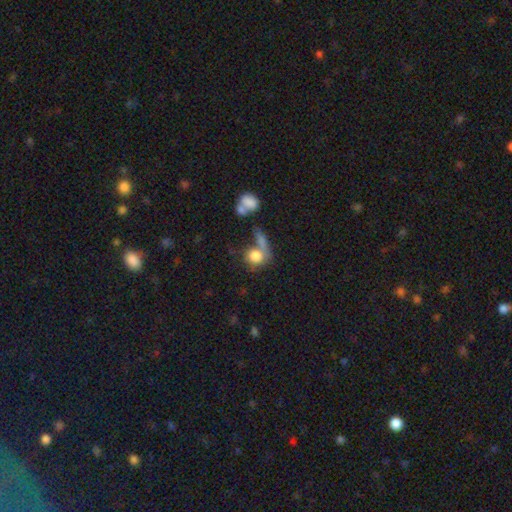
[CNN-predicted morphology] smooth-or-featured: smooth: 78% | featured or disk: 13% | star or artifact: 9%
  how-rounded: round: 63% | in between: 34% | cigar-shaped: 3%
  merging: merger: 39% | none: 34% | major disturbance: 14% | minor disturbance: 12%